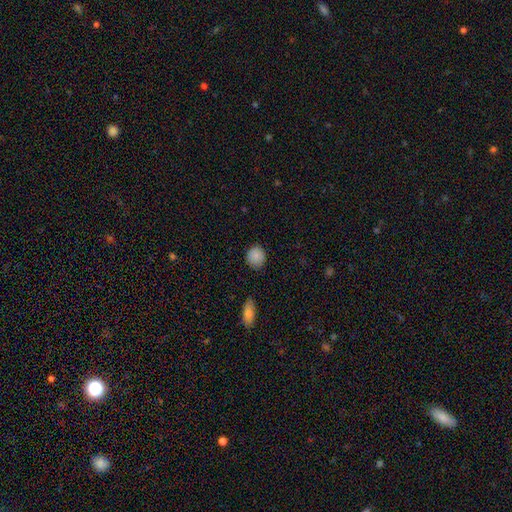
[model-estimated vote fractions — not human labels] Smooth or featured?
  - smooth: 86% *
  - star or artifact: 8%
  - featured or disk: 6%
How rounded?
  - round: 80% *
  - in between: 19%
  - cigar-shaped: 1%
Merging?
  - none: 83% *
  - minor disturbance: 13%
  - major disturbance: 2%
  - merger: 1%